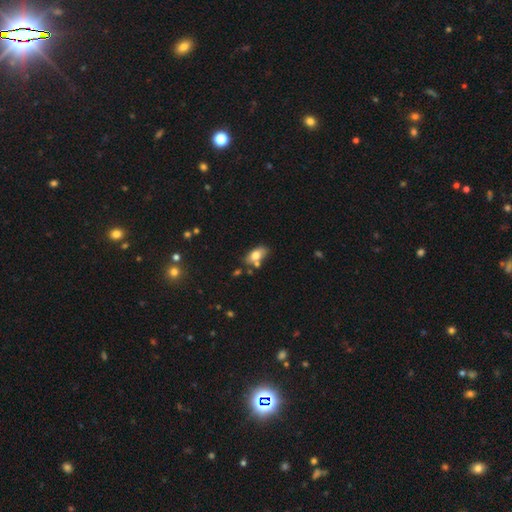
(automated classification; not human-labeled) Morphology: type=smooth (74%); roundness=in between (88%); merging=none (58%).